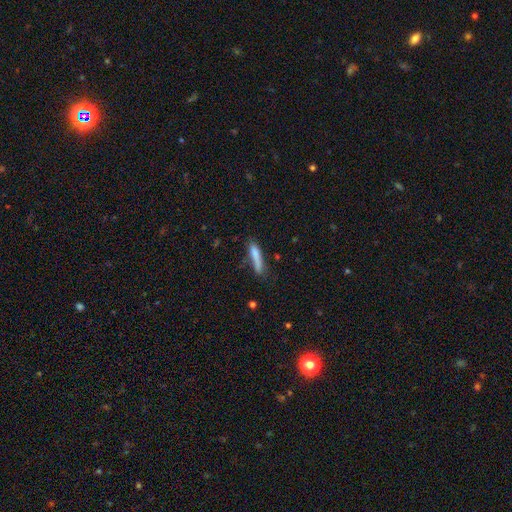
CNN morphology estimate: Overall: smooth (78%). How rounded: cigar-shaped (85%). Merging: none (59%; minor disturbance 25%).